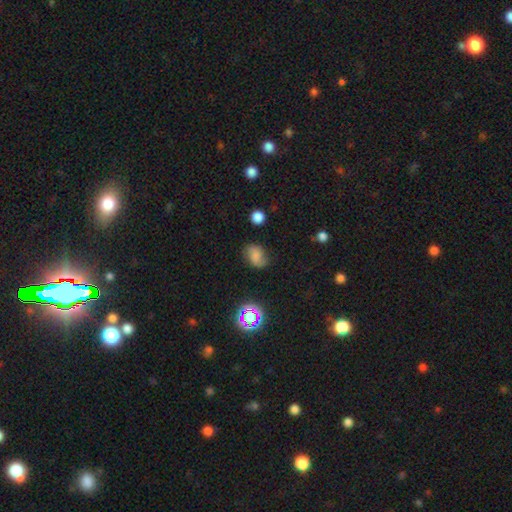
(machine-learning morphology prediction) Overall: smooth (59%; featured or disk 25%). How rounded: in between (68%; round 31%). Merging: none (71%).